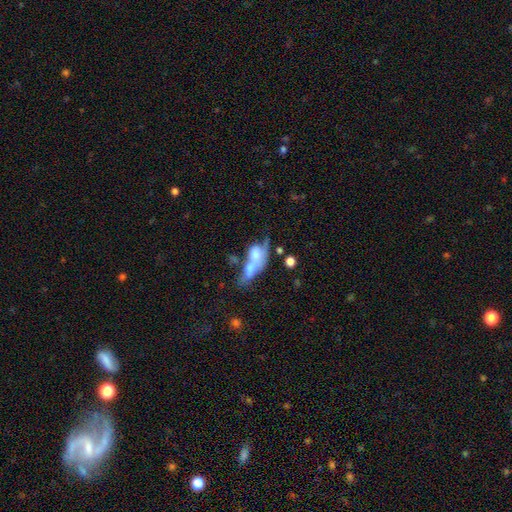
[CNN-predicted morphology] A smooth galaxy with no disk features (50%) that is in between round and cigar-shaped (69%). Merging: merger (58%).